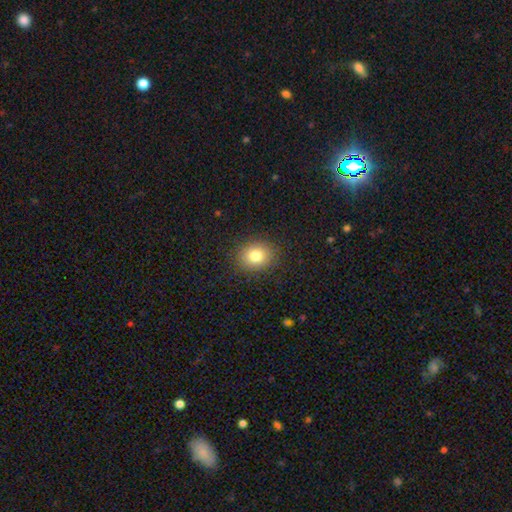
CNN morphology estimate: smooth 80%, star or artifact 11%, featured or disk 9%. Down the decision tree: how rounded — round (65%); merging — none (89%).